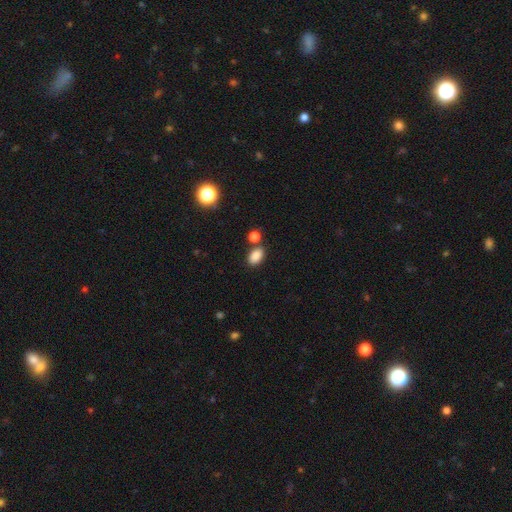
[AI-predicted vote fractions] The model was most divided on "merging": none: 71%, merger: 14%, minor disturbance: 11%, major disturbance: 3%. More confident: how rounded — in between (87%); smooth or featured — smooth (85%).